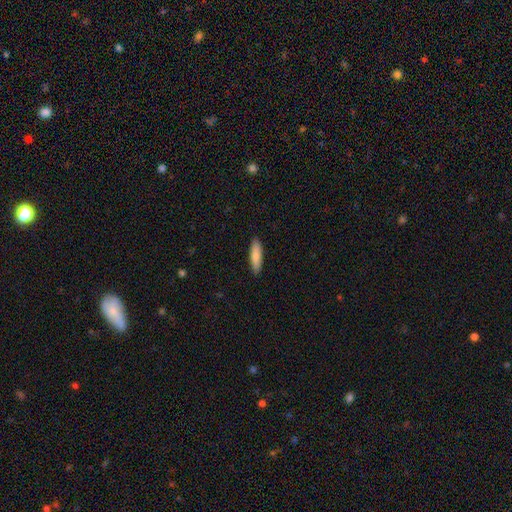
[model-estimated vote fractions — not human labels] The model was most divided on "how rounded": cigar-shaped: 67%, in between: 31%, round: 2%. More confident: merging — none (91%); smooth or featured — smooth (84%).